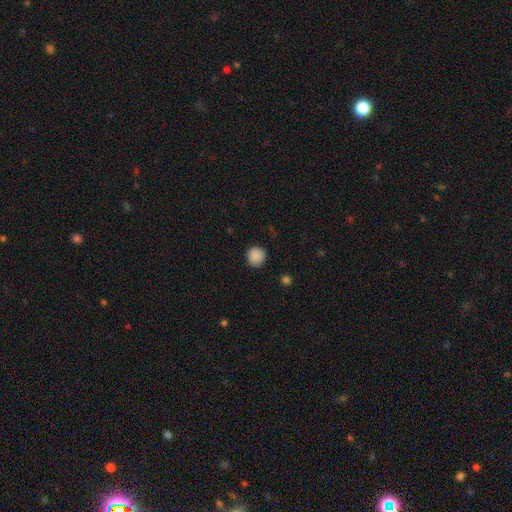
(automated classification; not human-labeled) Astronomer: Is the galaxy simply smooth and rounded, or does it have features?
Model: smooth — 89%.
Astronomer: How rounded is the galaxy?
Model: round — 93%.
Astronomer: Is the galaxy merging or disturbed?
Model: none — 89%.